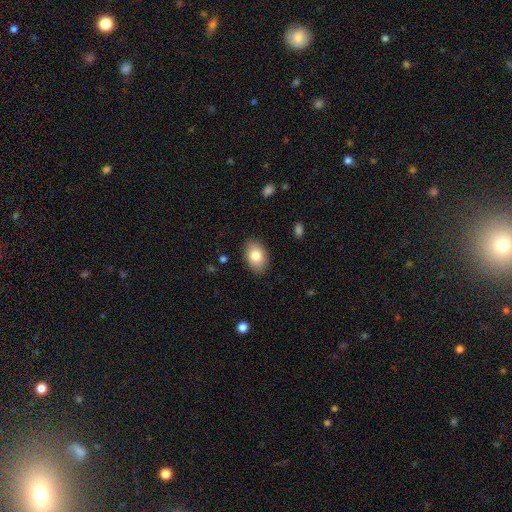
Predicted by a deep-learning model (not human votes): Overall: smooth (81%). How rounded: in between (87%). Merging: none (87%).